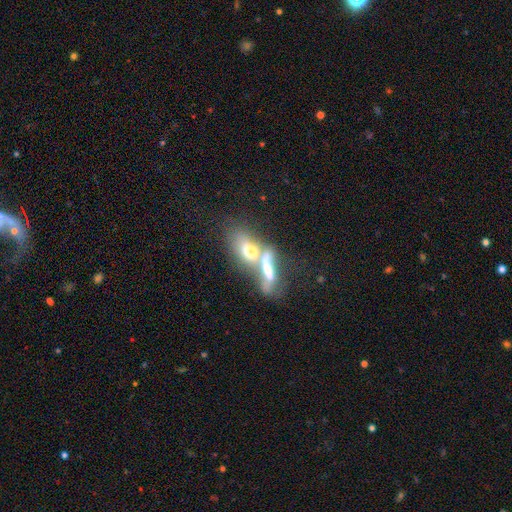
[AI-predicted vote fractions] Smooth or featured? Predicted: featured or disk (p=0.46). Merging? Predicted: merger (p=0.70).